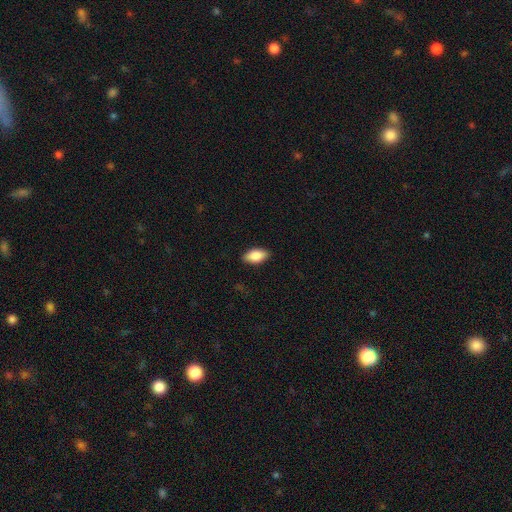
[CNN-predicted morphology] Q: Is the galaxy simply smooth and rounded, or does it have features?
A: smooth — 84%.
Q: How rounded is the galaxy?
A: in between — 92%.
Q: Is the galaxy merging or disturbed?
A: none — 89%.